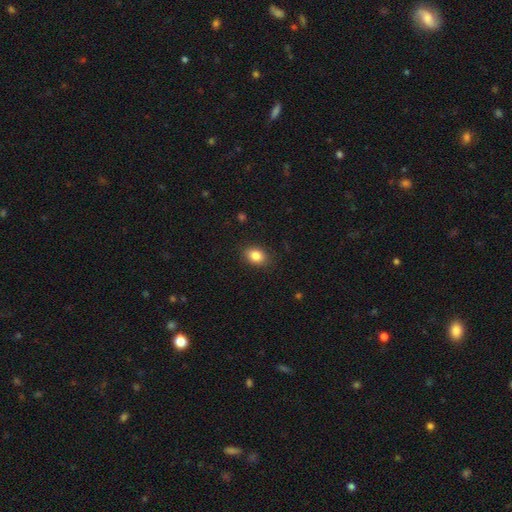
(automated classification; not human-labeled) The model was most divided on "how rounded": in between: 71%, round: 28%, cigar-shaped: 1%. More confident: merging — none (86%); smooth or featured — smooth (85%).